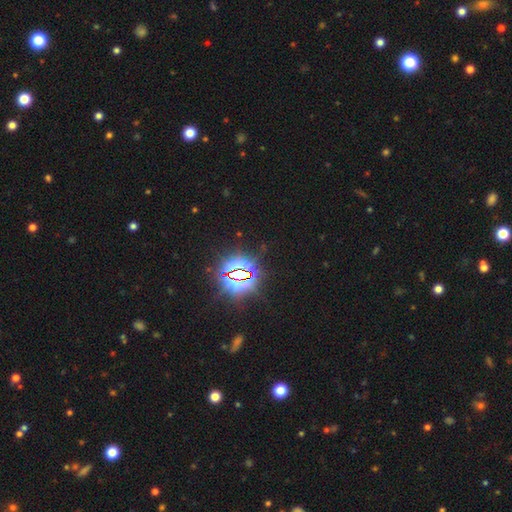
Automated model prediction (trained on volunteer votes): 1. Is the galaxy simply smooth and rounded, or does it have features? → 83% star or artifact, 10% smooth, 7% featured or disk.